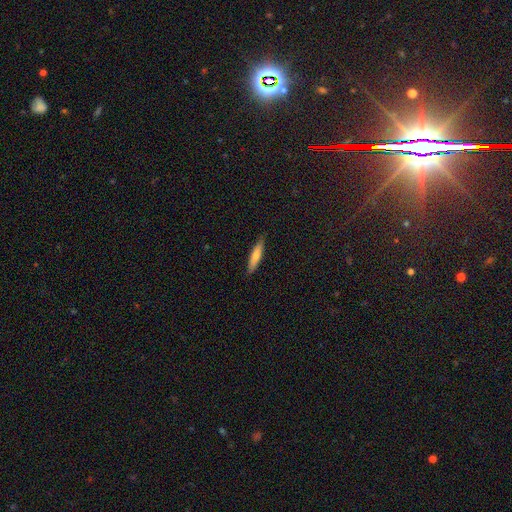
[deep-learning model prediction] smooth_or_featured: smooth (p=0.71) [alt: featured or disk p=0.23]
how_rounded: cigar-shaped (p=0.85) [alt: in between p=0.14]
merging: none (p=0.89) [alt: minor disturbance p=0.09]